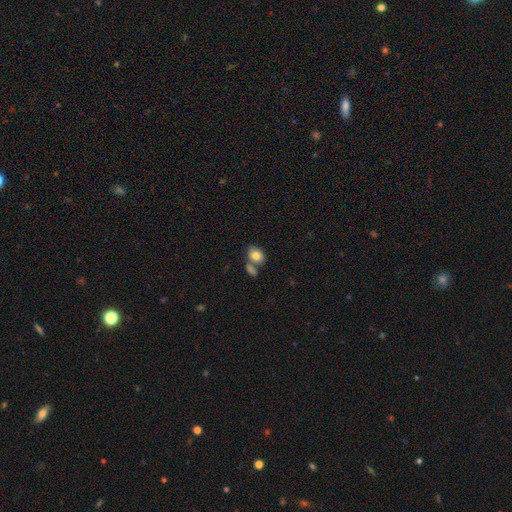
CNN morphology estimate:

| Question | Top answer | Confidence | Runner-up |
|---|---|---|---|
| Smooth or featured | smooth | 83% | featured or disk (9%) |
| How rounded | in between | 65% | round (34%) |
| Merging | none | 47% | merger (35%) |